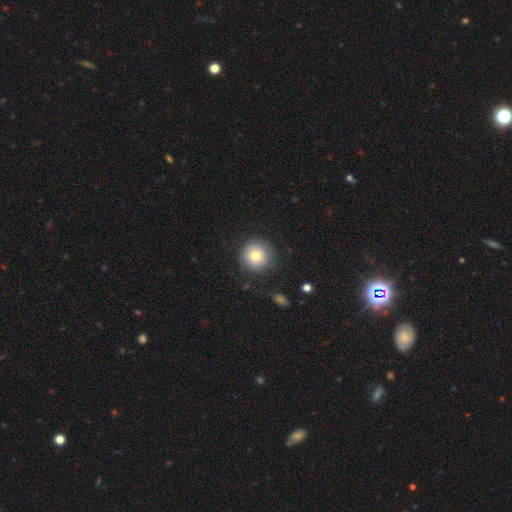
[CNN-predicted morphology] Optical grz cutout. It shows a smooth galaxy with no disk features (76%) that is round (95%). Merging: none (82%).